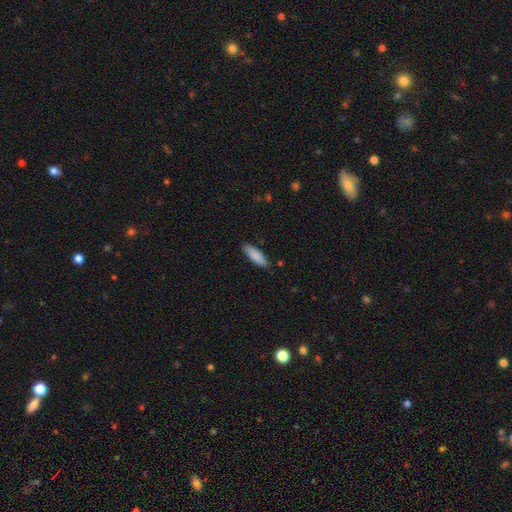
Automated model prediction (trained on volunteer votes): A smooth galaxy with no disk features (87%) that is cigar-shaped (51%). Merging: none (85%).